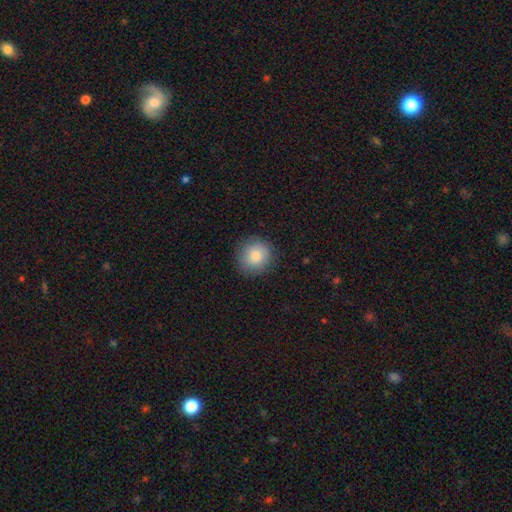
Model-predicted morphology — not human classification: smooth_or_featured: smooth (p=0.84) [alt: star or artifact p=0.08]
how_rounded: round (p=0.91) [alt: in between p=0.08]
merging: none (p=0.87) [alt: minor disturbance p=0.09]